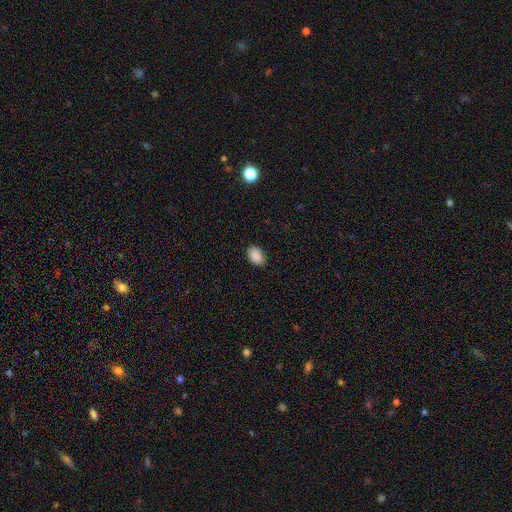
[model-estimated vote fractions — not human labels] smooth_or_featured: smooth (p=0.89) [alt: star or artifact p=0.08]
how_rounded: in between (p=0.85) [alt: round p=0.14]
merging: none (p=0.85) [alt: minor disturbance p=0.12]